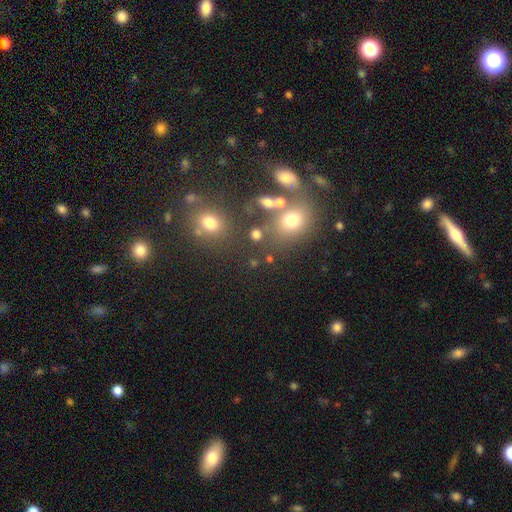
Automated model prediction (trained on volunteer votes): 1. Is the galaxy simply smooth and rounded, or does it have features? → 52% smooth, 35% star or artifact, 14% featured or disk.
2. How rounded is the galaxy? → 71% round, 27% in between, 2% cigar-shaped.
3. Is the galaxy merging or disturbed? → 62% none, 22% merger, 11% minor disturbance, 5% major disturbance.